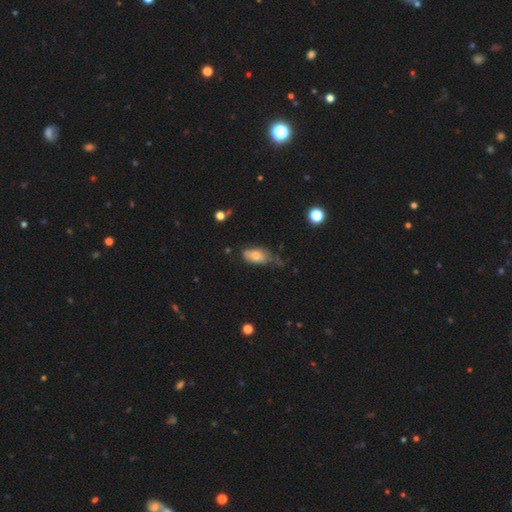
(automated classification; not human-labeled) smooth_or_featured: smooth (p=0.75) [alt: featured or disk p=0.17]
how_rounded: in between (p=0.88) [alt: cigar-shaped p=0.07]
merging: minor disturbance (p=0.42) [alt: none p=0.32]